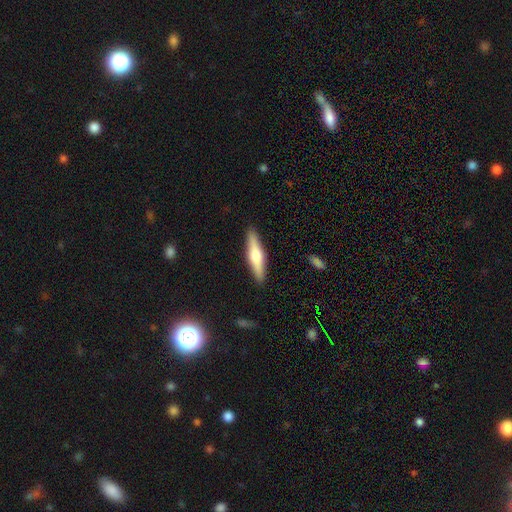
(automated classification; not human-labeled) Morphology: type=smooth (48%); merging=none (90%).